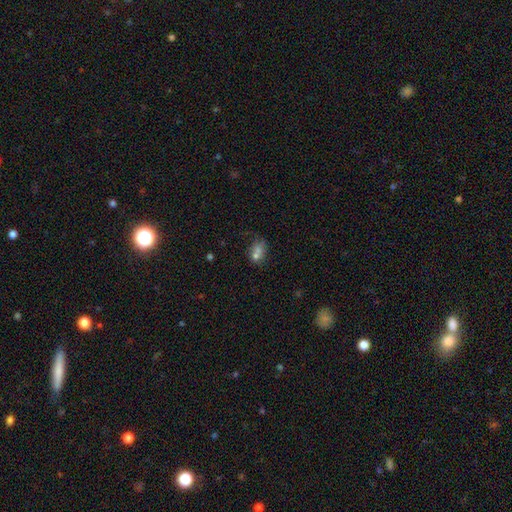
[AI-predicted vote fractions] Smooth or featured? smooth (62%)
How rounded? in between (61%)
Merging? none (38%)